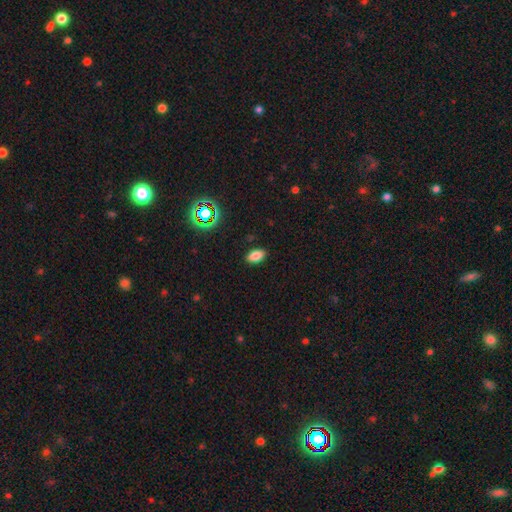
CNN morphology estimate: smooth-or-featured: smooth: 82% | star or artifact: 13% | featured or disk: 5%
  how-rounded: in between: 92% | round: 5% | cigar-shaped: 3%
  merging: none: 89% | minor disturbance: 8% | major disturbance: 2% | merger: 1%